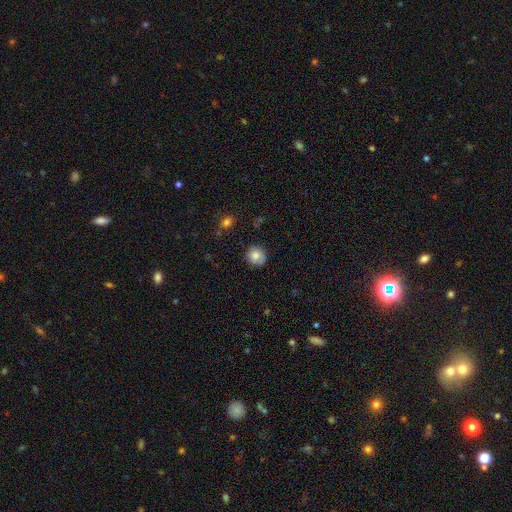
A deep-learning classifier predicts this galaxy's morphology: A smooth galaxy with no disk features (83%) that is round (88%). Merging: none (84%).